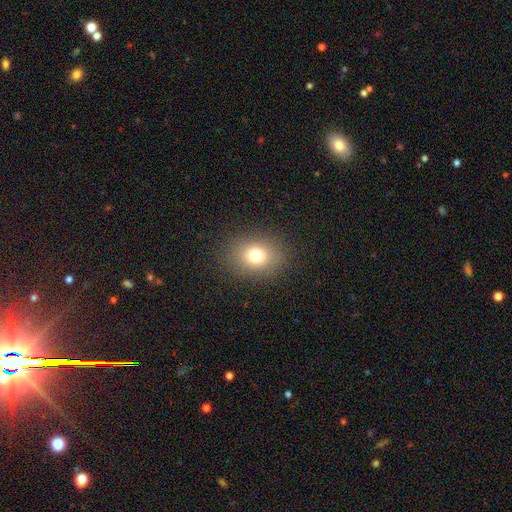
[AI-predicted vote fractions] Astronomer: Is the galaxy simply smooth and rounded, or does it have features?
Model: smooth — 75%.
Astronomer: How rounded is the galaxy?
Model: round — 51% (runner-up: in between, 48%).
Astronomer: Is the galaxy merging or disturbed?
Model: none — 87%.